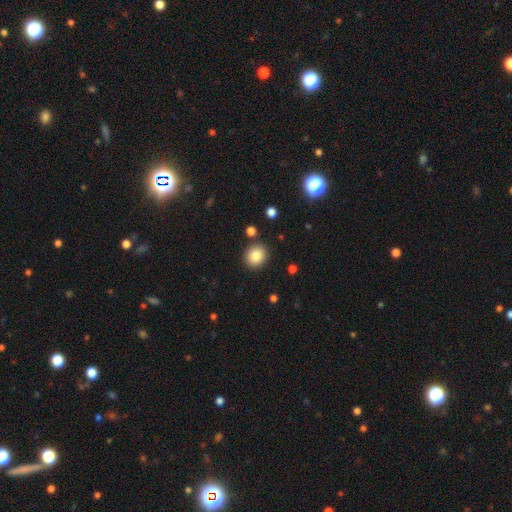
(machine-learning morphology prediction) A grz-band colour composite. It shows a smooth galaxy with no disk features (83%) that is round (83%). Merging: none (88%).